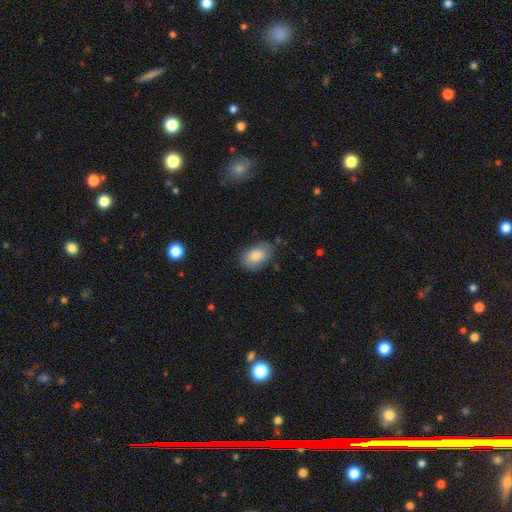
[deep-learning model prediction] This appears to be a smooth galaxy with no disk features (83%) that is in between round and cigar-shaped (84%). Merging: none (69%).